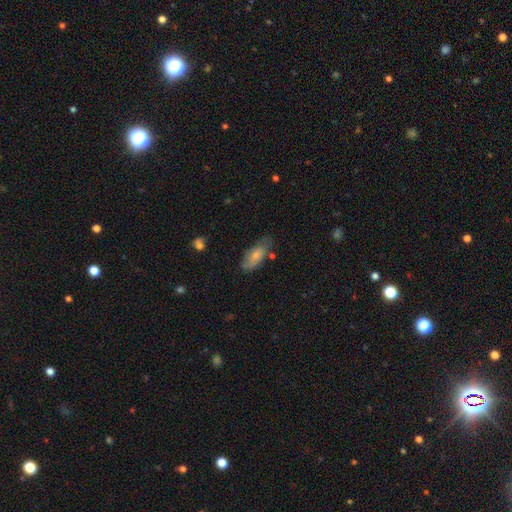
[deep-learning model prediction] Q: Smooth or featured?
A: smooth (69%); runner-up: featured or disk (24%)
Q: How rounded?
A: in between (81%); runner-up: cigar-shaped (17%)
Q: Merging?
A: none (57%); runner-up: minor disturbance (30%)